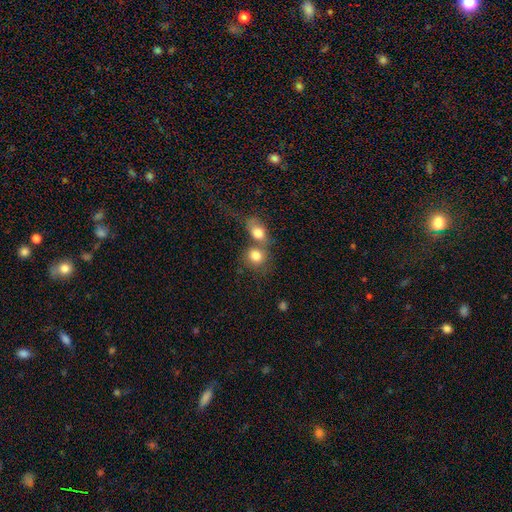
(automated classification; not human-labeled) Q: Smooth or featured?
A: smooth (80%); runner-up: featured or disk (11%)
Q: How rounded?
A: round (73%); runner-up: in between (26%)
Q: Merging?
A: merger (55%); runner-up: none (32%)